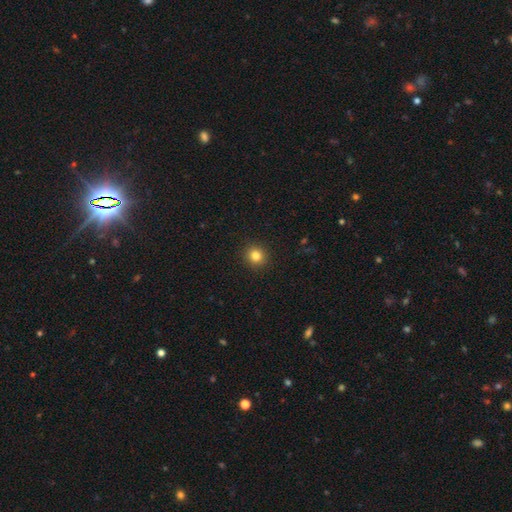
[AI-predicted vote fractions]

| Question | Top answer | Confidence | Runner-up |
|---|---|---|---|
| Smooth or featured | smooth | 83% | star or artifact (12%) |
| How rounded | round | 89% | in between (10%) |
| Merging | none | 92% | minor disturbance (5%) |